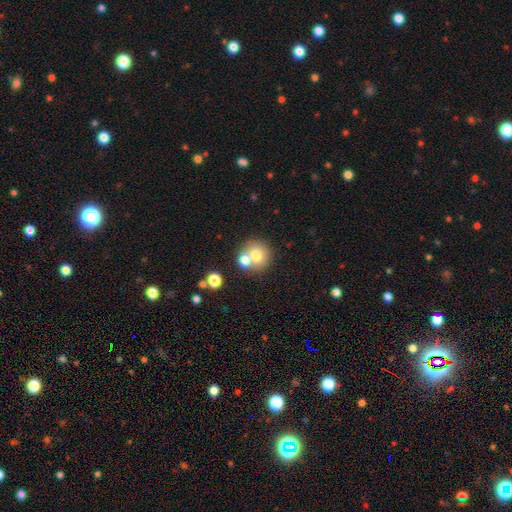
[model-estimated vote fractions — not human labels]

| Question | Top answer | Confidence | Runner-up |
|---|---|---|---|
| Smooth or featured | smooth | 71% | featured or disk (17%) |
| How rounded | round | 89% | in between (10%) |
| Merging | none | 51% | merger (40%) |